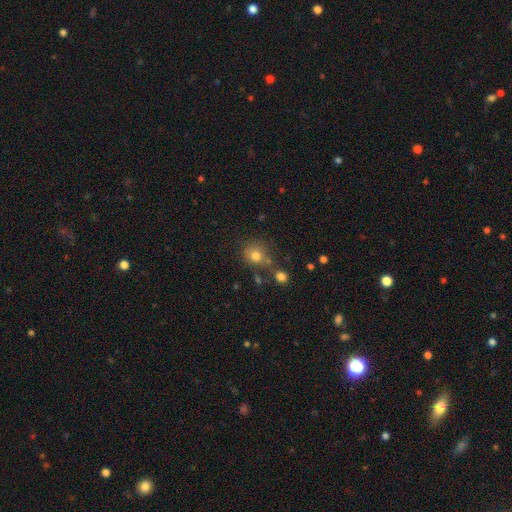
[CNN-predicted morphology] A smooth galaxy with no disk features (77%) that is round (84%). Merging: none (65%).